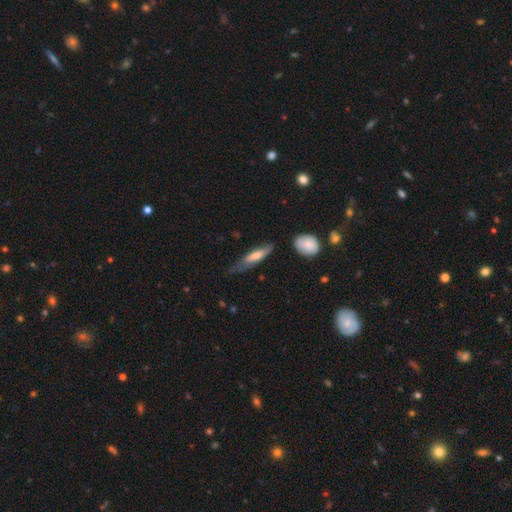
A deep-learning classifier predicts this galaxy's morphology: type=smooth (62%); roundness=cigar-shaped (68%); merging=none (44%).